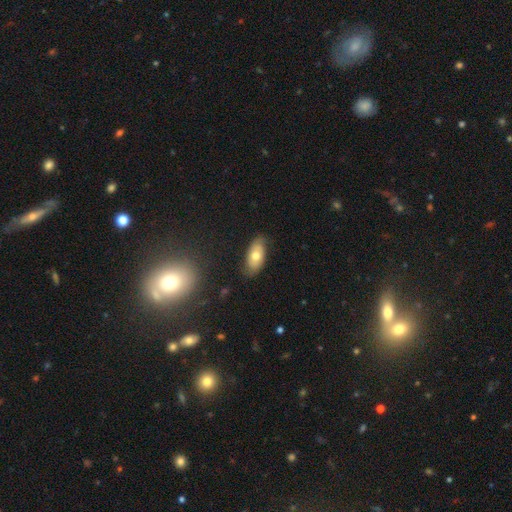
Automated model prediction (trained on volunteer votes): Morphology: type=smooth (67%); roundness=in between (91%); merging=none (79%).